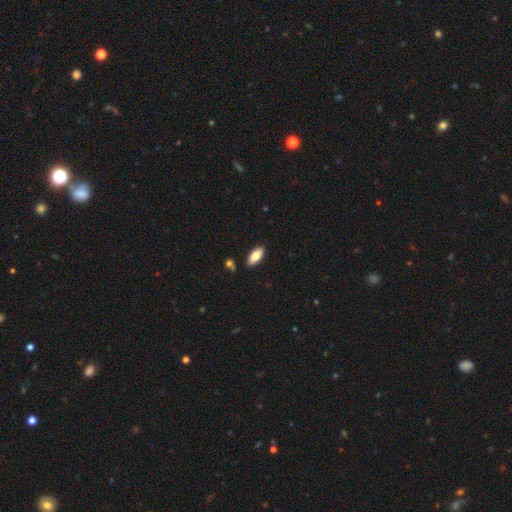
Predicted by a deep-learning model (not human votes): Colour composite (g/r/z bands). It shows a smooth galaxy with no disk features (76%) that is in between round and cigar-shaped (83%). Merging: none (87%).